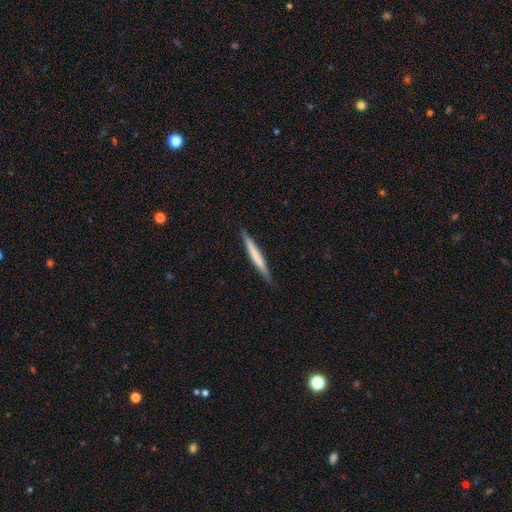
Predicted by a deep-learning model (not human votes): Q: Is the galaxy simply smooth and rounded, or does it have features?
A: smooth — 57%.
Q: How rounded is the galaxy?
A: cigar-shaped — 97%.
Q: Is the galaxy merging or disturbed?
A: none — 90%.